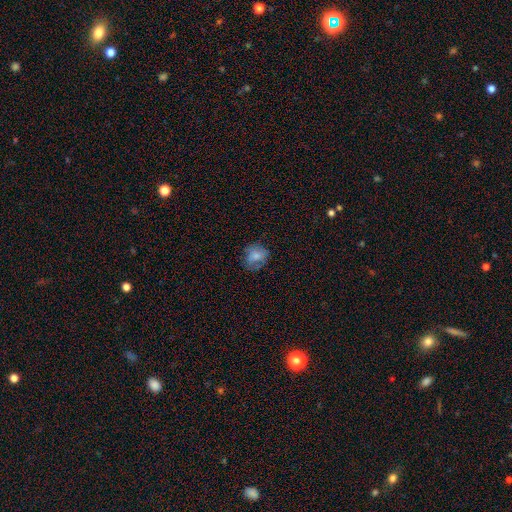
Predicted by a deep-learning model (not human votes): This appears to be a smooth galaxy with no disk features (72%) that is round (67%). Merging: none (69%).